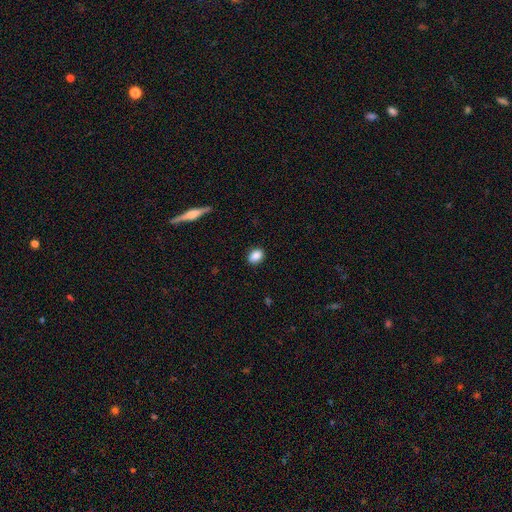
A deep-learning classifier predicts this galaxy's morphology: Smooth or featured? Predicted: smooth (p=0.88). How rounded? Predicted: in between (p=0.72). Merging? Predicted: none (p=0.88).